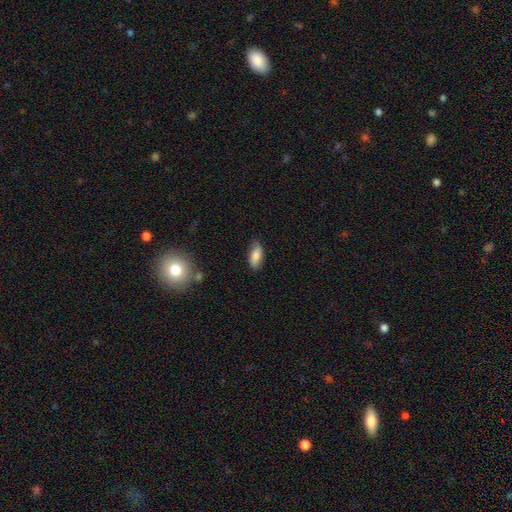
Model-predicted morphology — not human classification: This is likely a smooth galaxy (79%). How rounded: clearly in between (84%). Merging: likely none (77%).